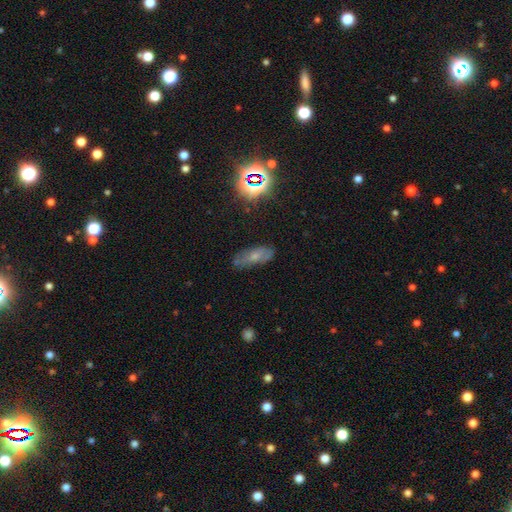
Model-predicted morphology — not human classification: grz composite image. It shows a smooth galaxy with no disk features (55%) that is in between round and cigar-shaped (75%). Merging: none (70%).